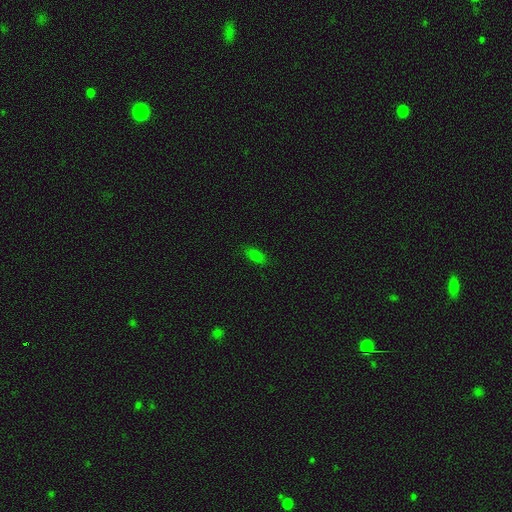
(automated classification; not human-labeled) smooth-or-featured: smooth: 81% | star or artifact: 13% | featured or disk: 6%
  how-rounded: in between: 81% | cigar-shaped: 15% | round: 4%
  merging: none: 84% | minor disturbance: 12% | major disturbance: 3% | merger: 1%